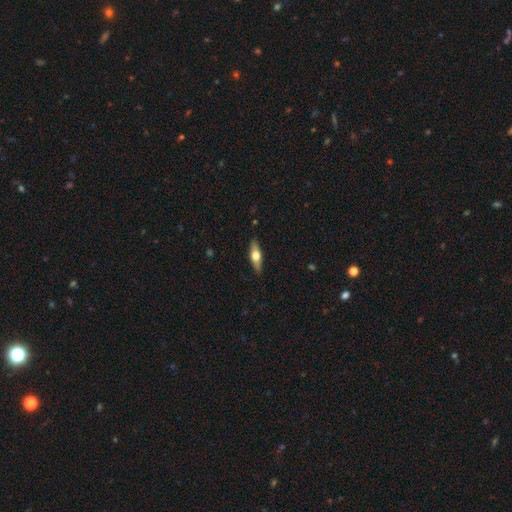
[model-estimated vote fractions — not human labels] This appears to be a featured or disk galaxy (49%). Merging: none (88%).